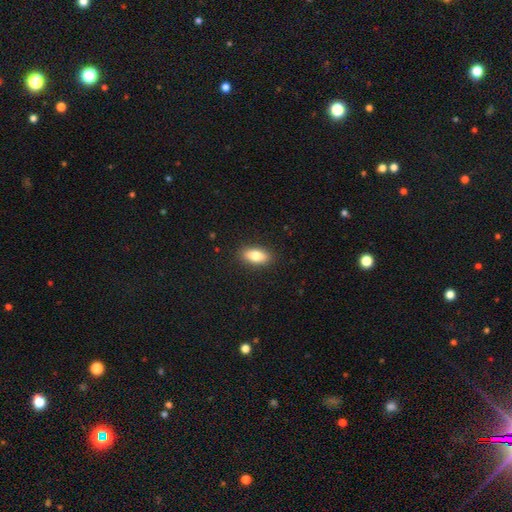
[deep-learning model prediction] This appears to be a smooth galaxy with no disk features (80%) that is in between round and cigar-shaped (86%). Merging: none (89%).